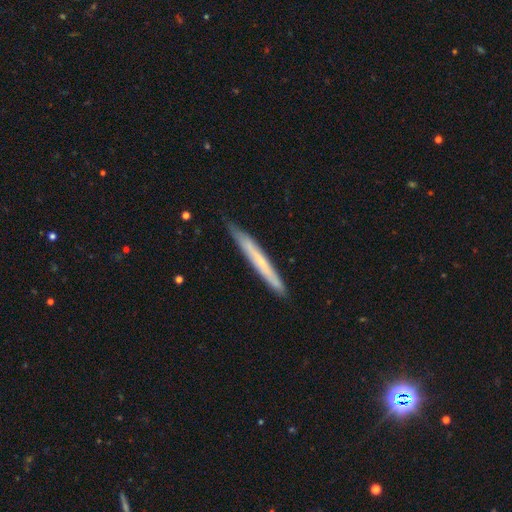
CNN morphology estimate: Smooth or featured?
  - featured or disk: 47% *
  - smooth: 46%
  - star or artifact: 7%
Merging?
  - none: 87% *
  - minor disturbance: 10%
  - major disturbance: 1%
  - merger: 1%